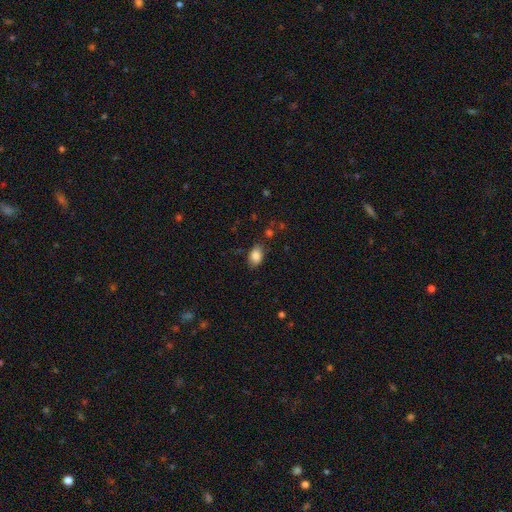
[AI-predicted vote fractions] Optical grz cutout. It shows a smooth galaxy with no disk features (86%) that is in between round and cigar-shaped (88%). Merging: none (78%).